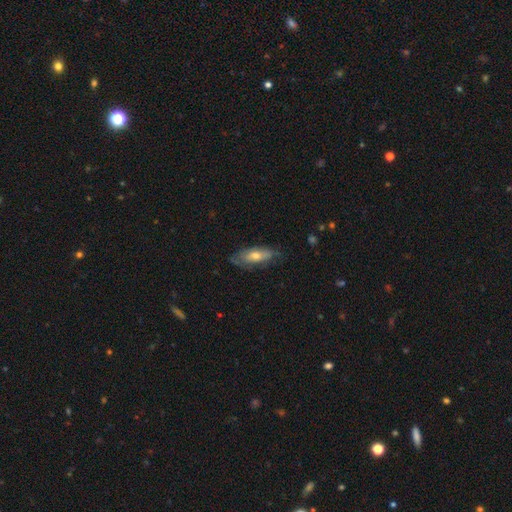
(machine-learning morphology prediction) This is possibly a smooth galaxy (47%, tied with featured or disk). Merging: likely none (68%).